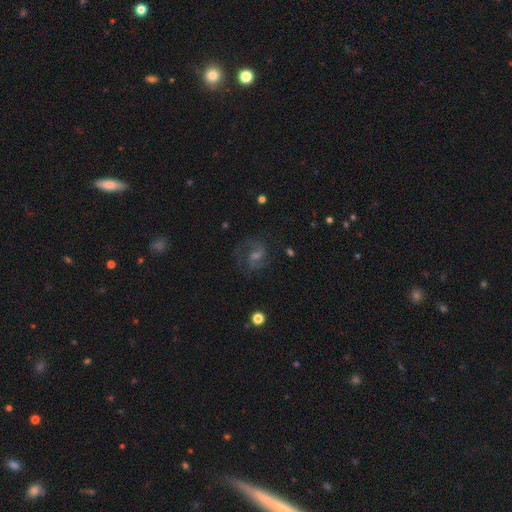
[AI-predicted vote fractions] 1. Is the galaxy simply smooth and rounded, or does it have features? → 72% featured or disk, 15% star or artifact, 13% smooth.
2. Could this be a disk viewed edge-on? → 97% no, 3% yes.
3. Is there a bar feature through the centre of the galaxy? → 53% weak, 32% no, 15% strong.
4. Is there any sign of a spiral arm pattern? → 93% yes, 7% no.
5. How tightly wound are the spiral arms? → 55% medium, 24% tight, 21% loose.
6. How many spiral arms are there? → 80% 2, 10% can't tell, 4% 1, 3% 3, 2% 4, 2% more than 4.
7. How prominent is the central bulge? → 46% small, 39% moderate, 10% none, 4% large, 1% dominant.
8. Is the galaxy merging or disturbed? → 74% none, 14% minor disturbance, 10% major disturbance, 2% merger.